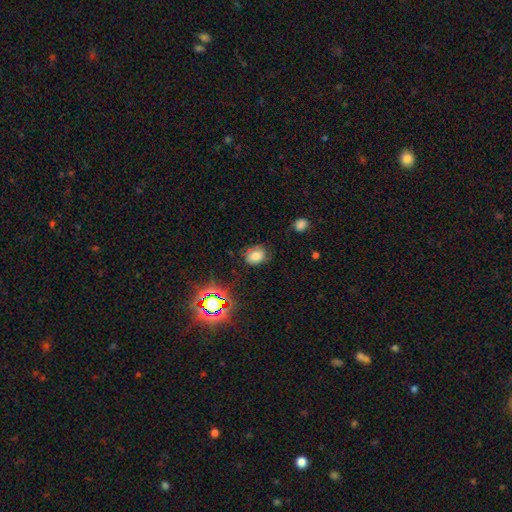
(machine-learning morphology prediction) This appears to be a smooth galaxy with no disk features (69%) that is in between round and cigar-shaped (58%). Merging: none (69%).